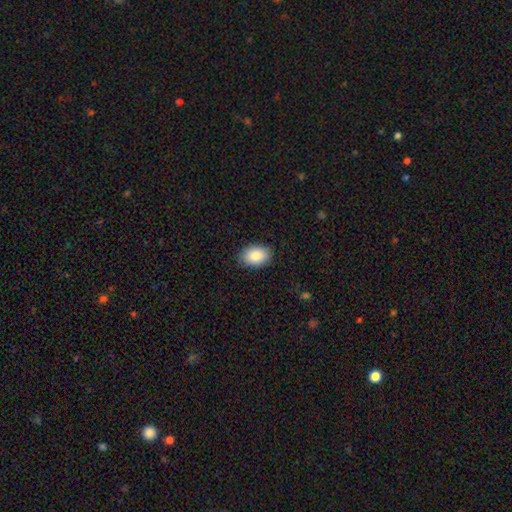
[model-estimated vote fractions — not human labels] Smooth or featured? smooth (88%)
How rounded? in between (85%)
Merging? none (87%)